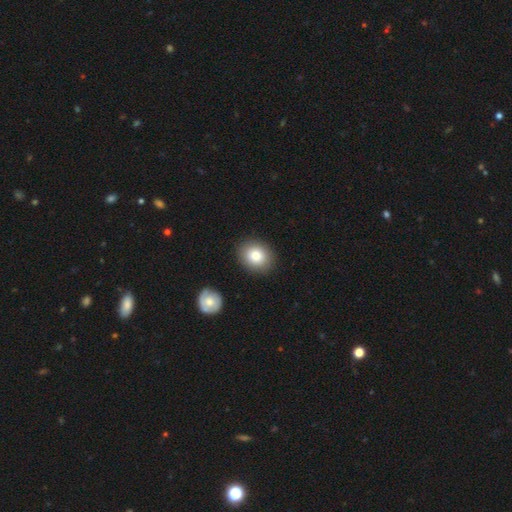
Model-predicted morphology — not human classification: A smooth galaxy with no disk features (82%) that is round (63%). Merging: none (88%).